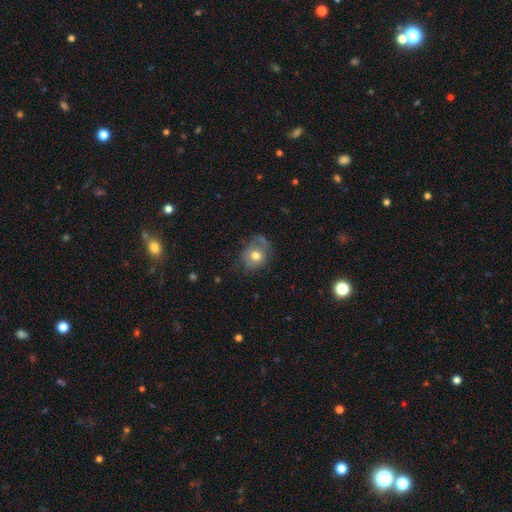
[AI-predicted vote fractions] smooth_or_featured: smooth (p=0.65) [alt: featured or disk p=0.26]
how_rounded: round (p=0.57) [alt: in between p=0.42]
merging: none (p=0.54) [alt: minor disturbance p=0.30]